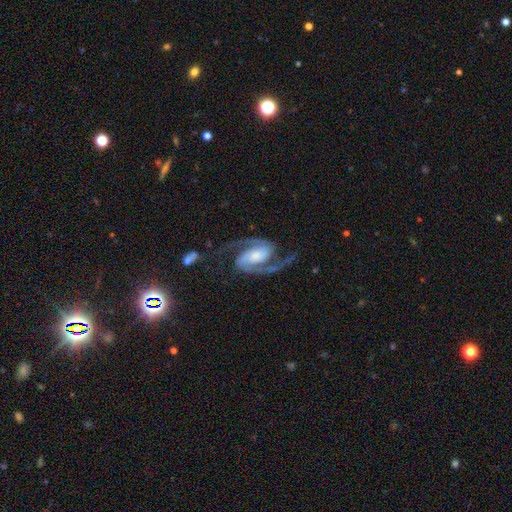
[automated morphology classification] Smooth or featured? Predicted: featured or disk (p=0.93). Edge-on disk? Predicted: no (p=0.98). Bar? Predicted: no (p=0.38). Spiral arms? Predicted: yes (p=0.98). Spiral winding? Predicted: medium (p=0.56). Spiral arm count? Predicted: 2 (p=0.95). Bulge size? Predicted: moderate (p=0.34). Merging? Predicted: none (p=0.71).